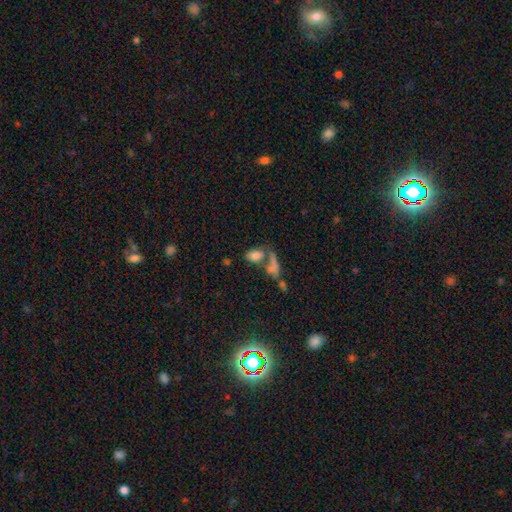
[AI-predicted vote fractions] The model was most divided on "merging": merger: 42%, none: 39%, minor disturbance: 11%, major disturbance: 9%. More confident: how rounded — in between (86%); smooth or featured — smooth (76%).